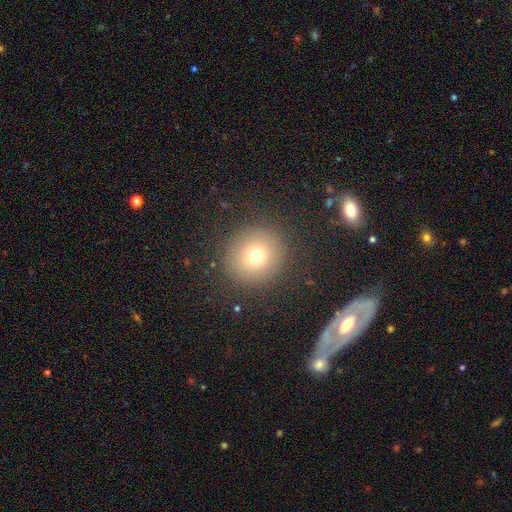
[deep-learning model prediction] Smooth or featured?
  - smooth: 72% *
  - star or artifact: 16%
  - featured or disk: 12%
How rounded?
  - round: 92% *
  - in between: 7%
  - cigar-shaped: 1%
Merging?
  - none: 88% *
  - minor disturbance: 7%
  - major disturbance: 4%
  - merger: 1%